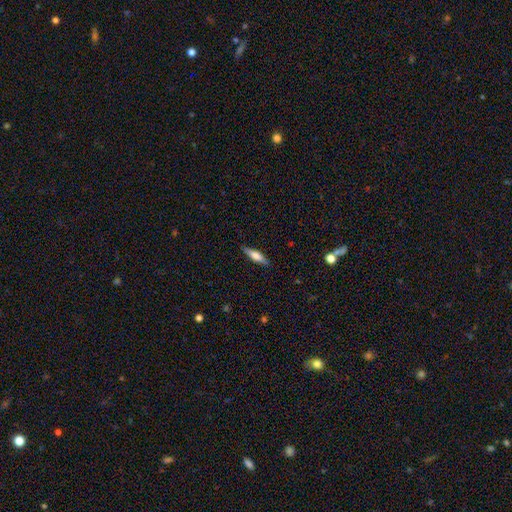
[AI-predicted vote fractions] The model was most divided on "smooth or featured": smooth: 57%, featured or disk: 37%, star or artifact: 6%. More confident: merging — none (87%); how rounded — cigar-shaped (69%).